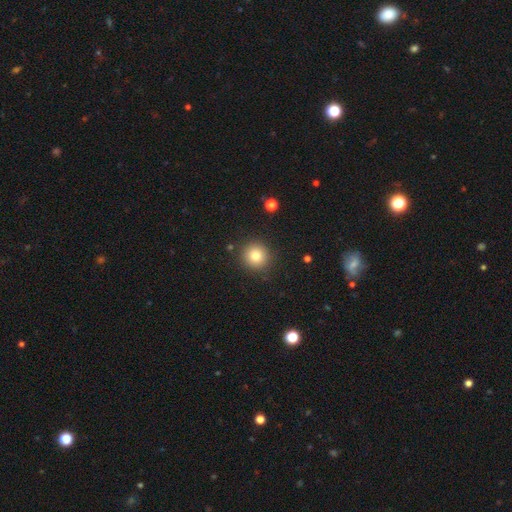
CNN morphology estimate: type=smooth (81%); roundness=round (93%); merging=none (89%).